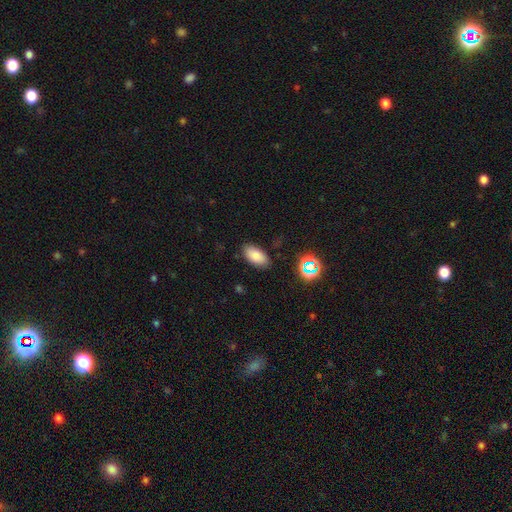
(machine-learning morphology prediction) Smooth or featured: smooth — 79% (star or artifact — 11%)
How rounded: in between — 93% (round — 4%)
Merging: none — 85% (minor disturbance — 11%)